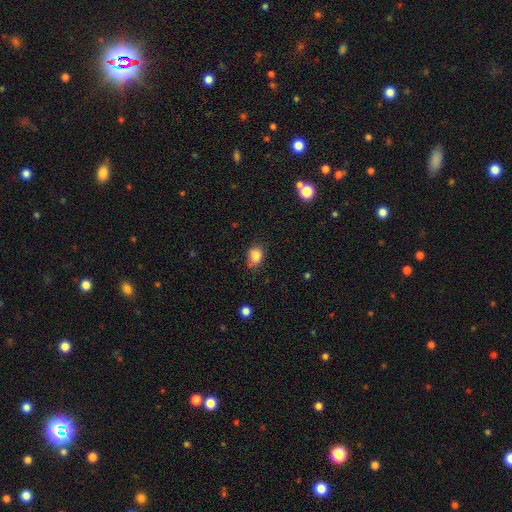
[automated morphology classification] type=smooth (84%); roundness=in between (57%); merging=none (65%).